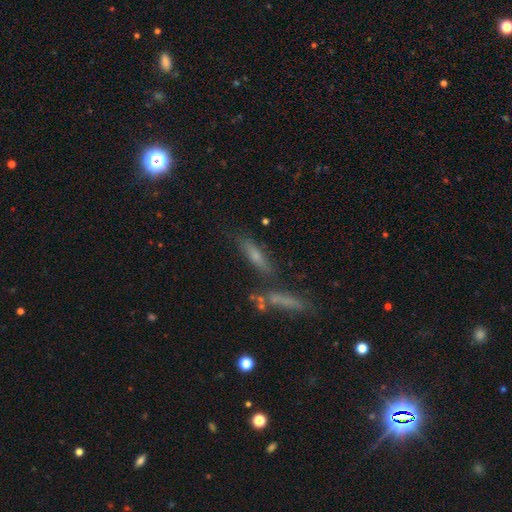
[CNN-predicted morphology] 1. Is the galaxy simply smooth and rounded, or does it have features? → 53% smooth, 32% featured or disk, 15% star or artifact.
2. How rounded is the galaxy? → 74% cigar-shaped, 23% in between, 3% round.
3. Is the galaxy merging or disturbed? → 62% none, 18% merger, 14% minor disturbance, 6% major disturbance.